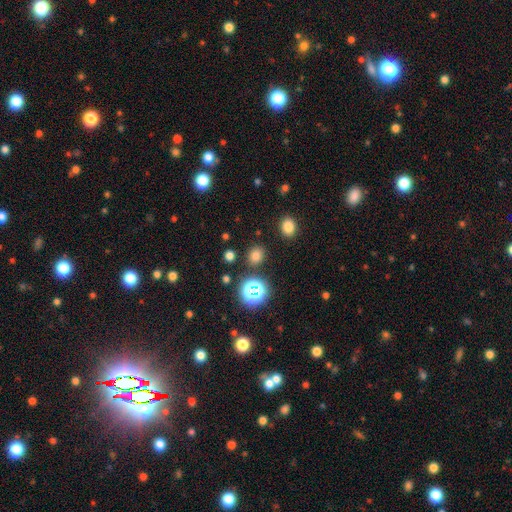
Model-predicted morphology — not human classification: Smooth or featured? Predicted: smooth (p=0.71). How rounded? Predicted: round (p=0.74). Merging? Predicted: none (p=0.85).